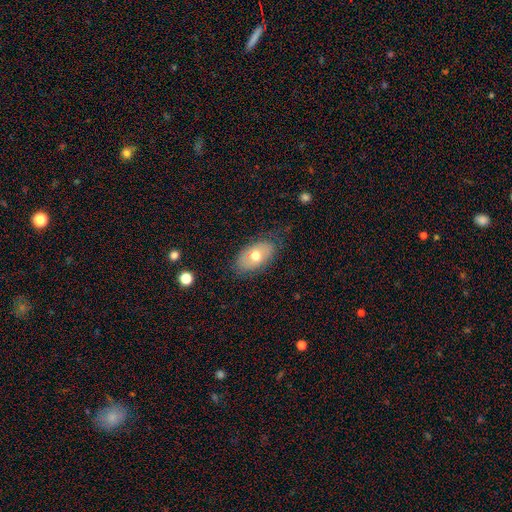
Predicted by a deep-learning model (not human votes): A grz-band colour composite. It shows a smooth galaxy with no disk features (63%) that is in between round and cigar-shaped (91%). Merging: none (75%).